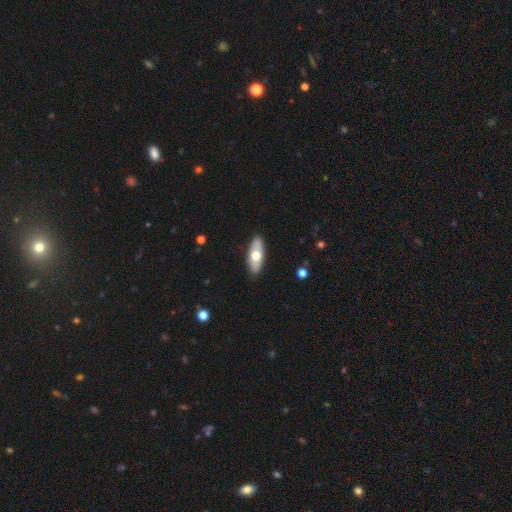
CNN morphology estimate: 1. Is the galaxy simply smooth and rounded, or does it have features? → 60% smooth, 35% featured or disk, 5% star or artifact.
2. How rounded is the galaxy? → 75% in between, 22% cigar-shaped, 3% round.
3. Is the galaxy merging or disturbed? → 89% none, 8% minor disturbance, 2% major disturbance, 1% merger.